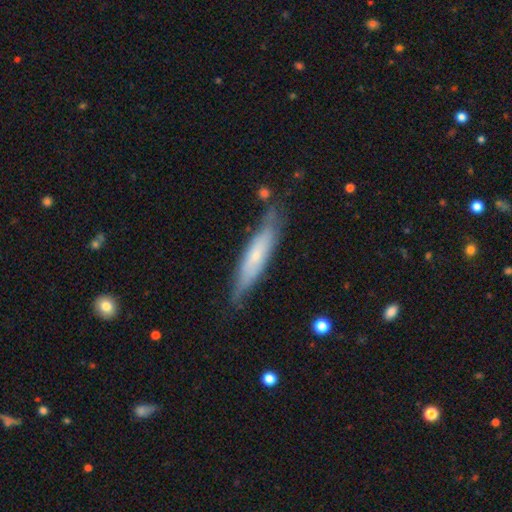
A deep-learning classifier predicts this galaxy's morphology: Q: Smooth or featured?
A: featured or disk (48%); runner-up: smooth (46%)
Q: Merging?
A: none (72%); runner-up: minor disturbance (21%)